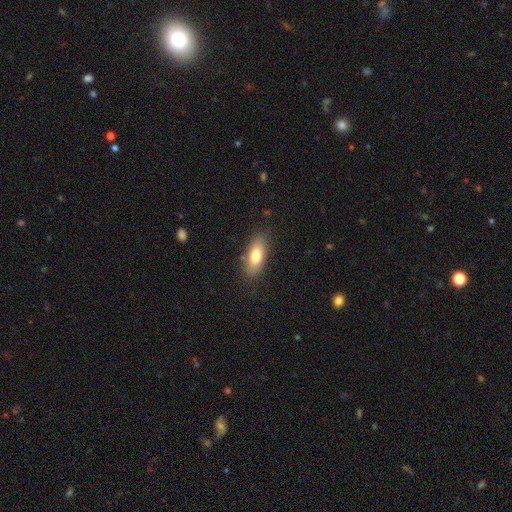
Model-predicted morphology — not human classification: This is likely a smooth galaxy (77%). How rounded: likely in between (75%). Merging: clearly none (83%).